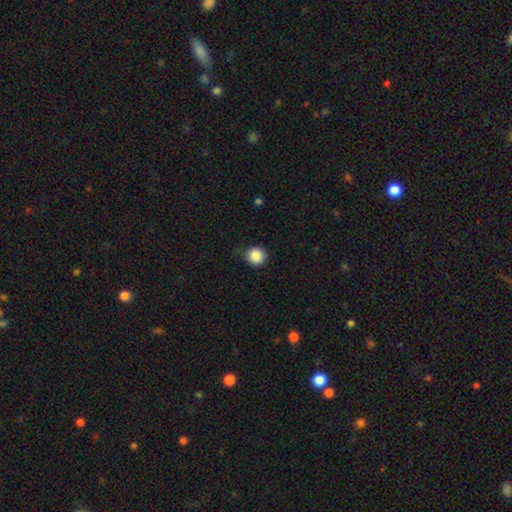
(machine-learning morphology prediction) A smooth galaxy with no disk features (86%) that is round (93%).

Vote fractions:
- Smooth or featured? smooth: 86% / star or artifact: 10% / featured or disk: 4%
- How rounded? round: 93% / in between: 6% / cigar-shaped: 1%
- Merging? none: 82% / minor disturbance: 14% / major disturbance: 3% / merger: 1%